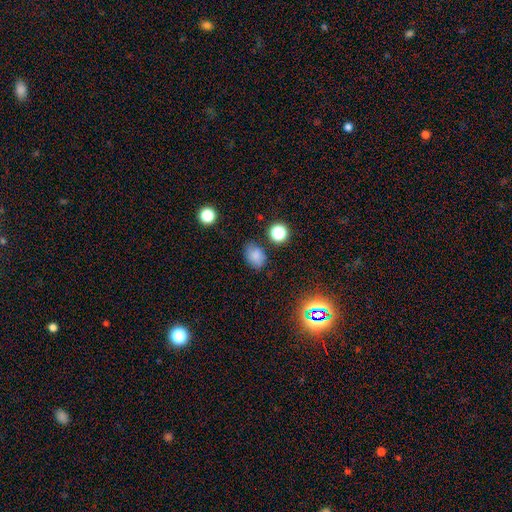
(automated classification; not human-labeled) A smooth galaxy with no disk features (77%) that is in between round and cigar-shaped (74%).

Vote fractions:
- Smooth or featured? smooth: 77% / star or artifact: 15% / featured or disk: 9%
- How rounded? in between: 74% / round: 25% / cigar-shaped: 1%
- Merging? none: 71% / minor disturbance: 20% / major disturbance: 5% / merger: 4%